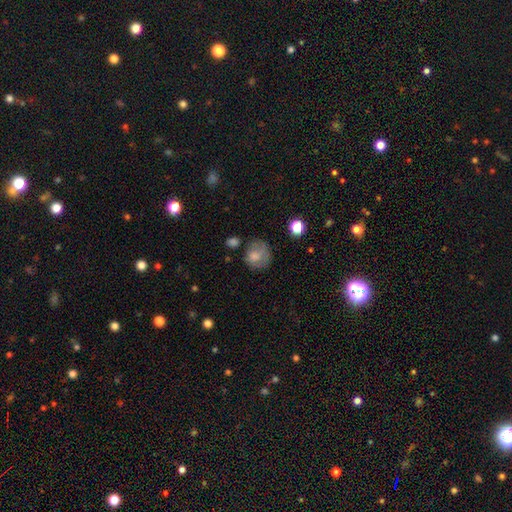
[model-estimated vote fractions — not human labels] A smooth galaxy with no disk features (74%) that is round (79%).

Vote fractions:
- Smooth or featured? smooth: 74% / featured or disk: 16% / star or artifact: 10%
- How rounded? round: 79% / in between: 20% / cigar-shaped: 1%
- Merging? none: 58% / minor disturbance: 25% / major disturbance: 14% / merger: 4%